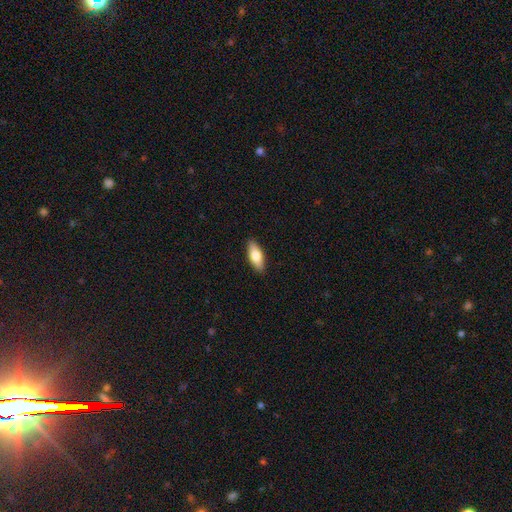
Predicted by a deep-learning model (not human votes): Smooth or featured? smooth (74%)
How rounded? in between (77%)
Merging? none (89%)